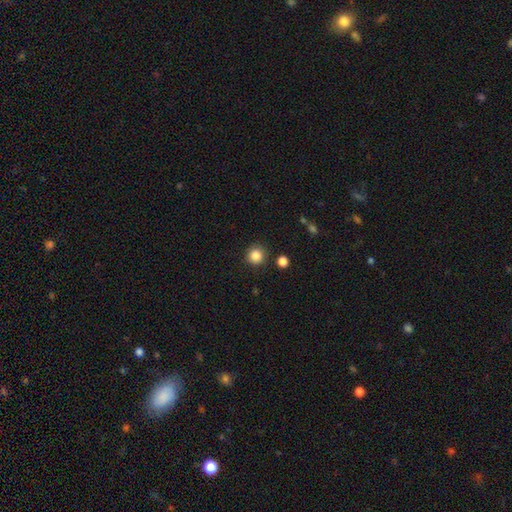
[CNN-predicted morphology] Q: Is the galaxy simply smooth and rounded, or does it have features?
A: smooth — 85%.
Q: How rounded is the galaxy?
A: round — 93%.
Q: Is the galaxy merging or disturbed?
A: none — 88%.